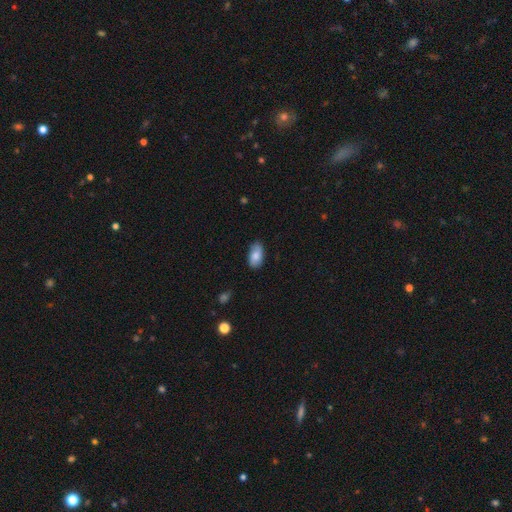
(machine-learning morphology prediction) Smooth or featured? smooth (82%)
How rounded? in between (94%)
Merging? none (80%)